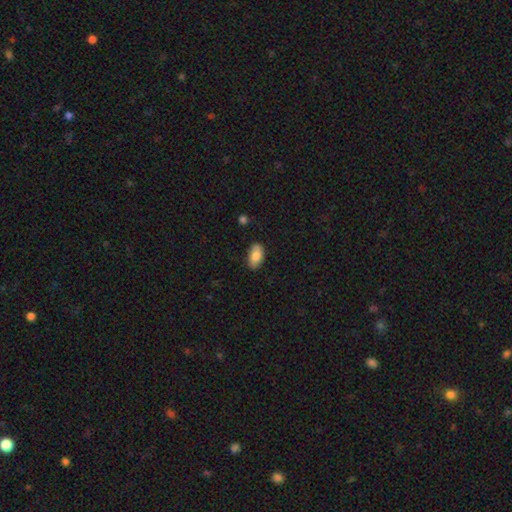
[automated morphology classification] Smooth or featured? Predicted: smooth (p=0.84). How rounded? Predicted: in between (p=0.94). Merging? Predicted: none (p=0.84).